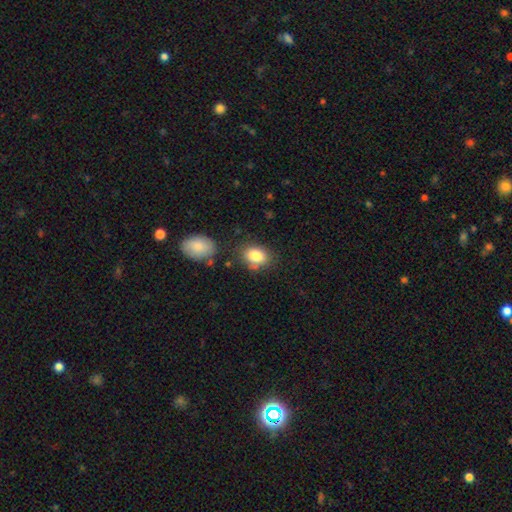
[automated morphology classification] Smooth or featured? Predicted: smooth (p=0.84). How rounded? Predicted: in between (p=0.72). Merging? Predicted: none (p=0.69).